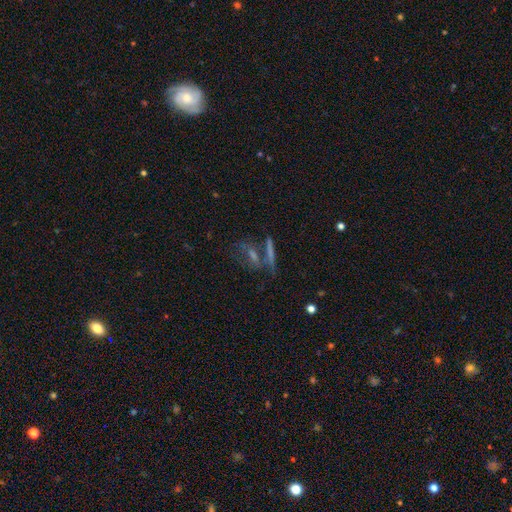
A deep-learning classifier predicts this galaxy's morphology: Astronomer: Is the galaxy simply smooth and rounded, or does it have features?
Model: featured or disk — 43% (runner-up: smooth, 34%).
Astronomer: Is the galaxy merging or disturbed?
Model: none — 52%.